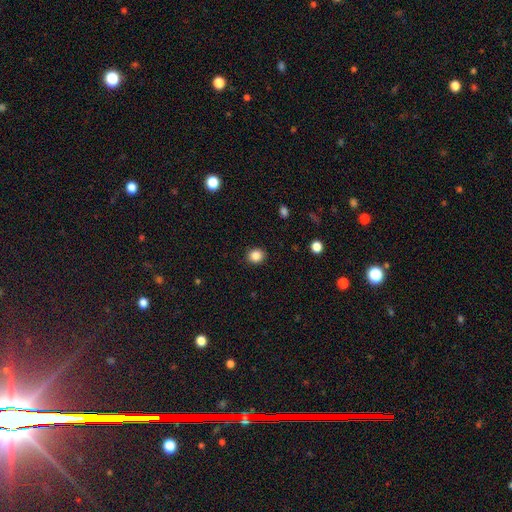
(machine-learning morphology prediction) Smooth or featured? smooth (86%)
How rounded? round (80%)
Merging? none (90%)